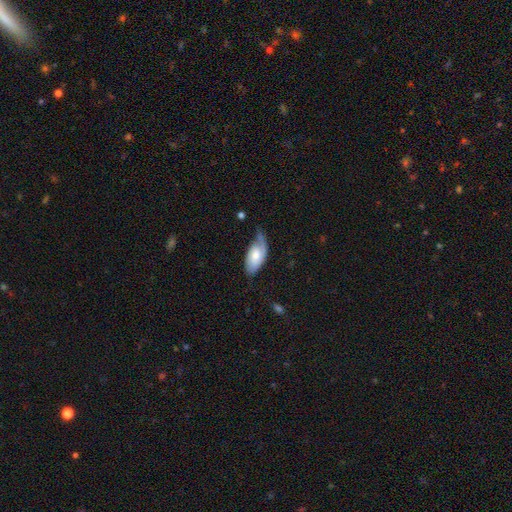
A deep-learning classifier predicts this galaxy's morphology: Smooth or featured? Predicted: featured or disk (p=0.55). Edge-on disk? Predicted: no (p=0.91). Merging? Predicted: none (p=0.43).